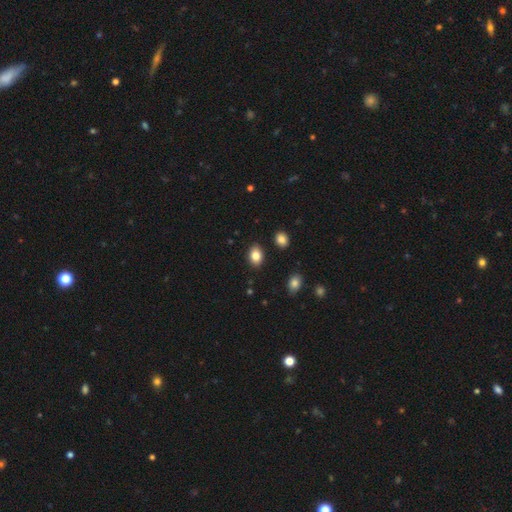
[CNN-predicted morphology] type=smooth (85%); roundness=in between (78%); merging=none (87%).